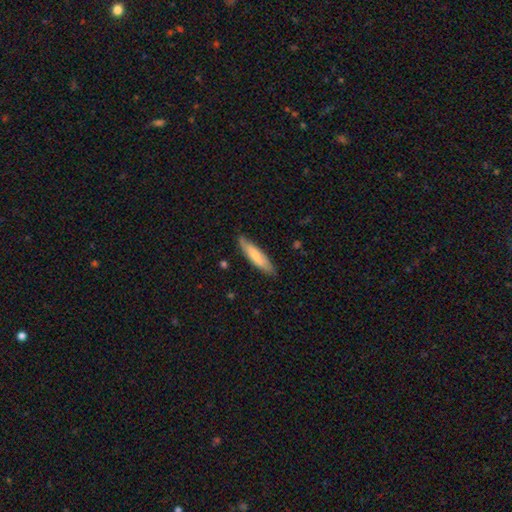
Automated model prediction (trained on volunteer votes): A smooth galaxy with no disk features (71%) that is cigar-shaped (77%).

Vote fractions:
- Smooth or featured? smooth: 71% / featured or disk: 24% / star or artifact: 5%
- How rounded? cigar-shaped: 77% / in between: 22% / round: 1%
- Merging? none: 81% / minor disturbance: 15% / major disturbance: 2% / merger: 1%